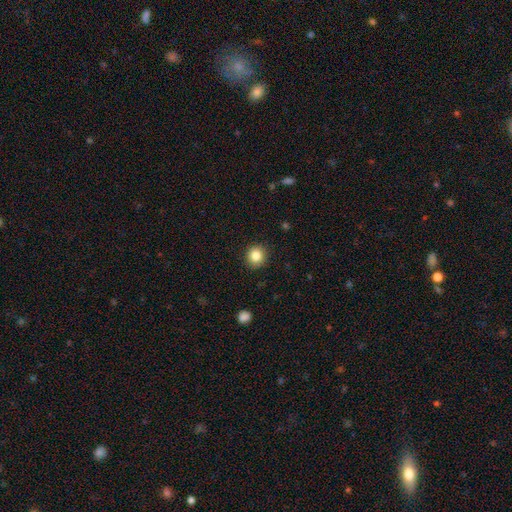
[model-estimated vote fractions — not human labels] Smooth or featured: smooth — 84% (star or artifact — 10%)
How rounded: round — 91% (in between — 8%)
Merging: none — 91% (minor disturbance — 6%)